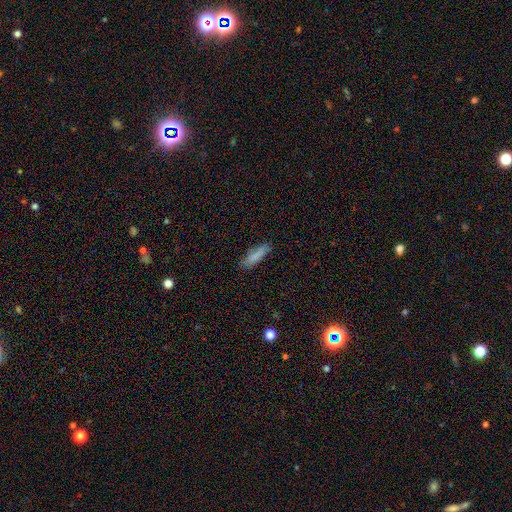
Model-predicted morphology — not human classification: The model was most divided on "how rounded": cigar-shaped: 72%, in between: 26%, round: 2%. More confident: smooth or featured — smooth (81%); merging — none (81%).